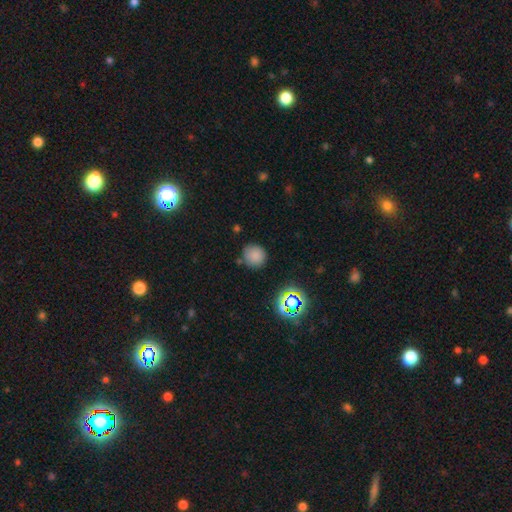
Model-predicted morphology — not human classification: smooth-or-featured: smooth: 79% | star or artifact: 15% | featured or disk: 6%
  how-rounded: round: 91% | in between: 8% | cigar-shaped: 1%
  merging: none: 79% | minor disturbance: 13% | merger: 4% | major disturbance: 4%